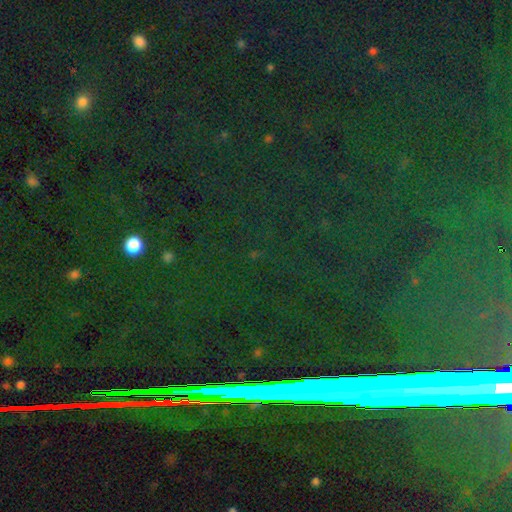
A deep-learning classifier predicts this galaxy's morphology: star or artifact 81%, smooth 10%, featured or disk 9%.